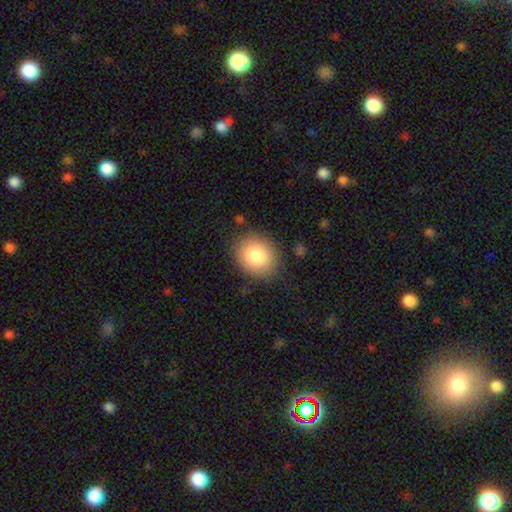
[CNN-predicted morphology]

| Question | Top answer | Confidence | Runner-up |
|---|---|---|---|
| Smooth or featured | smooth | 84% | featured or disk (8%) |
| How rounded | round | 61% | in between (39%) |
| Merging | none | 85% | minor disturbance (10%) |